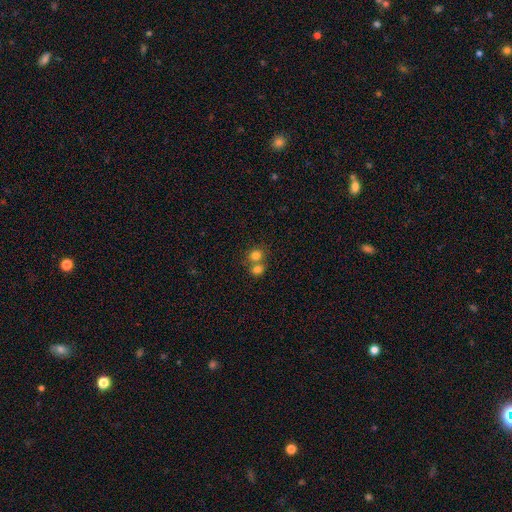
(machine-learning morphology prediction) Smooth or featured: smooth — 79% (star or artifact — 12%)
How rounded: round — 76% (in between — 23%)
Merging: merger — 52% (none — 40%)